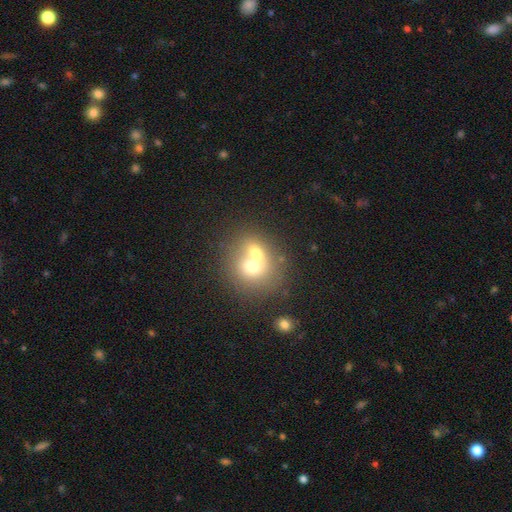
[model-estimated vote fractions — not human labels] Smooth or featured? smooth (62%)
How rounded? round (73%)
Merging? merger (69%)